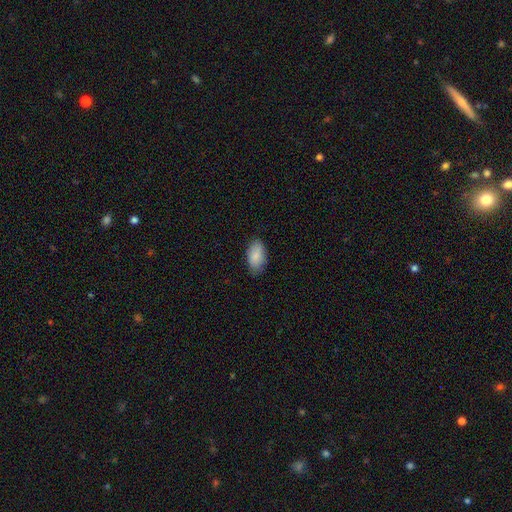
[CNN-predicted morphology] smooth_or_featured: smooth (p=0.88) [alt: star or artifact p=0.06]
how_rounded: in between (p=0.94) [alt: round p=0.03]
merging: none (p=0.80) [alt: minor disturbance p=0.16]